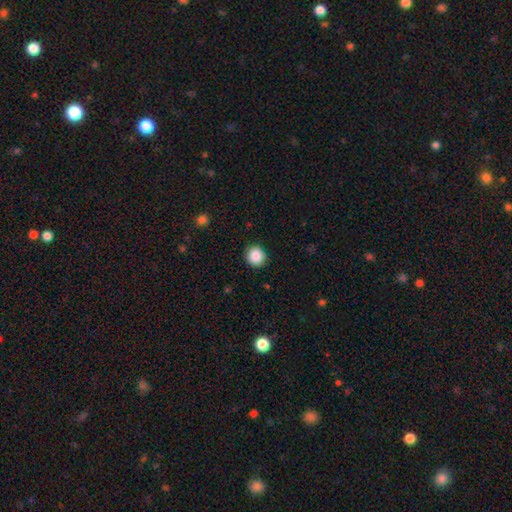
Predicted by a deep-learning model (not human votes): This is clearly a smooth galaxy (88%). How rounded: clearly round (91%). Merging: clearly none (91%).